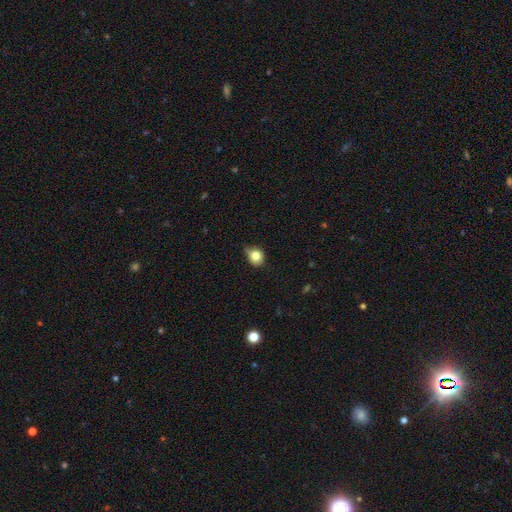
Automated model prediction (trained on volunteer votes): Smooth or featured? smooth (80%)
How rounded? round (68%)
Merging? none (53%)